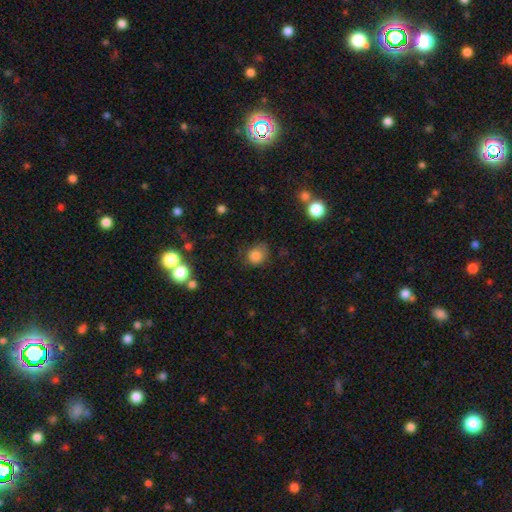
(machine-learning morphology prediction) Smooth or featured: smooth — 82% (star or artifact — 12%)
How rounded: round — 75% (in between — 24%)
Merging: none — 64% (minor disturbance — 25%)